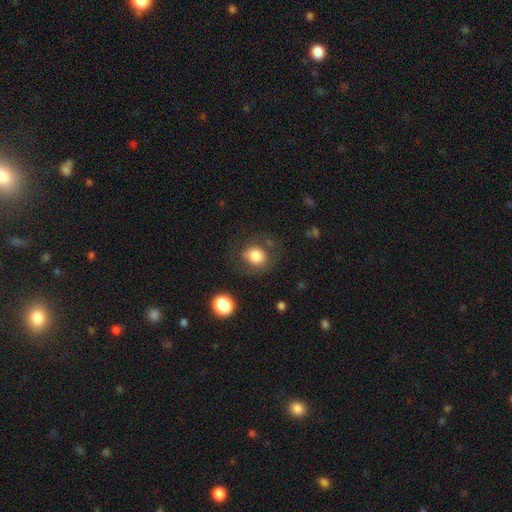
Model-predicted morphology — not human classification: This appears to be a smooth galaxy with no disk features (77%) that is round (69%). Merging: none (68%).